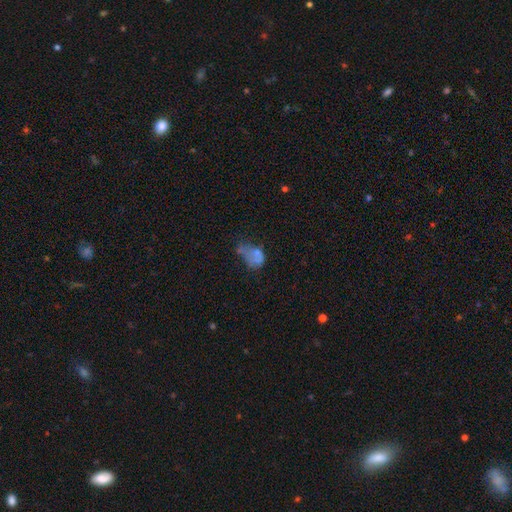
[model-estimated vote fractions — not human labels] Overall: smooth (55%; featured or disk 30%). How rounded: in between (78%). Merging: major disturbance (44%; minor disturbance 23%).